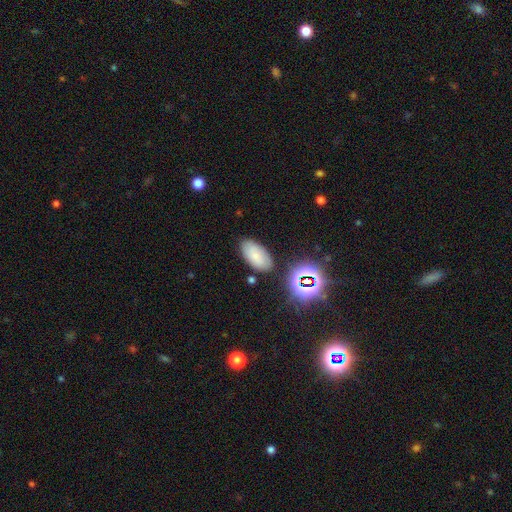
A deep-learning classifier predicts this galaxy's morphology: This is likely a smooth galaxy (73%). How rounded: clearly in between (94%). Merging: clearly none (80%).